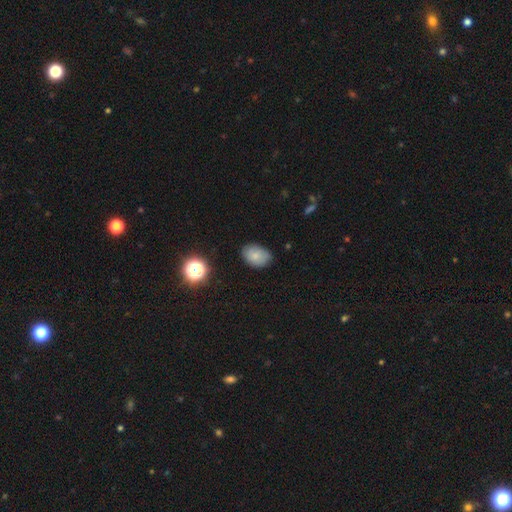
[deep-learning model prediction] smooth_or_featured: smooth (p=0.78) [alt: featured or disk p=0.12]
how_rounded: in between (p=0.81) [alt: round p=0.18]
merging: none (p=0.75) [alt: minor disturbance p=0.20]